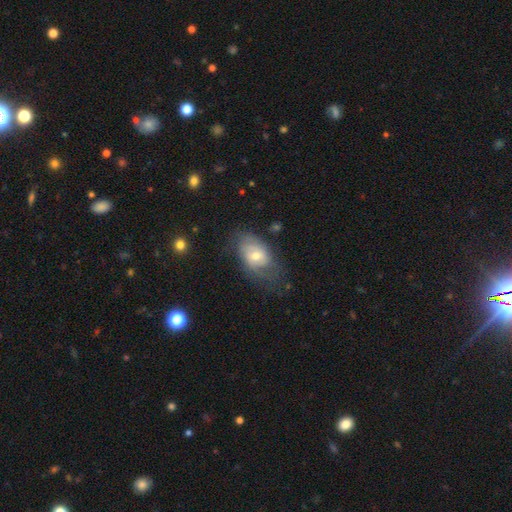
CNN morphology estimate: This is possibly a featured or disk galaxy (50%). It is clearly not viewed edge-on (93%). Merging: possibly none (50%).